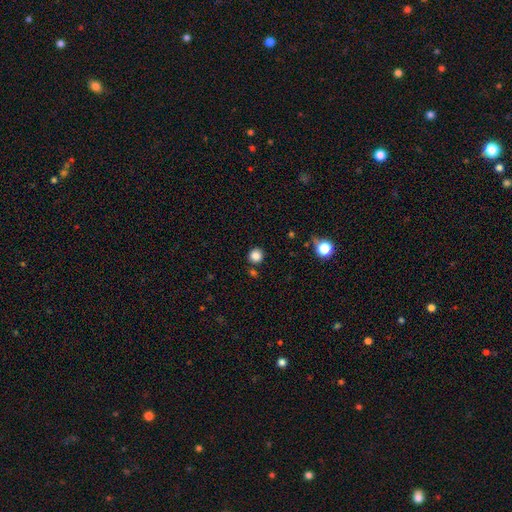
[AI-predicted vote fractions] Morphology: type=smooth (85%); roundness=round (93%); merging=none (85%).